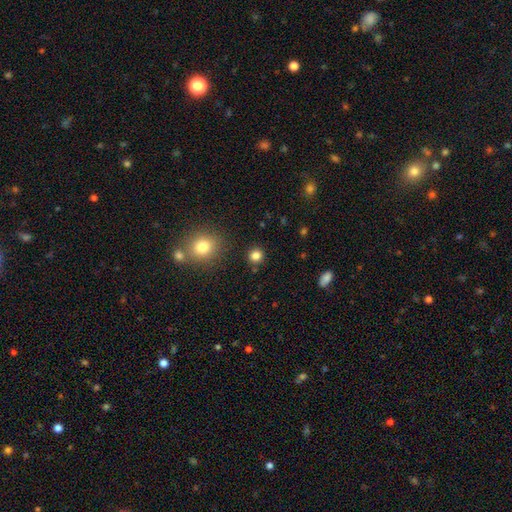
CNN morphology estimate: A smooth galaxy with no disk features (82%) that is round (92%).

Vote fractions:
- Smooth or featured? smooth: 82% / star or artifact: 14% / featured or disk: 4%
- How rounded? round: 92% / in between: 7% / cigar-shaped: 1%
- Merging? none: 89% / minor disturbance: 6% / merger: 3% / major disturbance: 2%